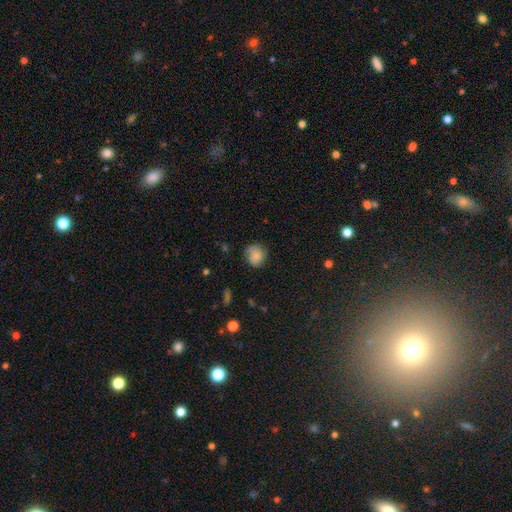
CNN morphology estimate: smooth_or_featured: smooth (p=0.80) [alt: featured or disk p=0.11]
how_rounded: round (p=0.81) [alt: in between p=0.18]
merging: none (p=0.69) [alt: minor disturbance p=0.23]